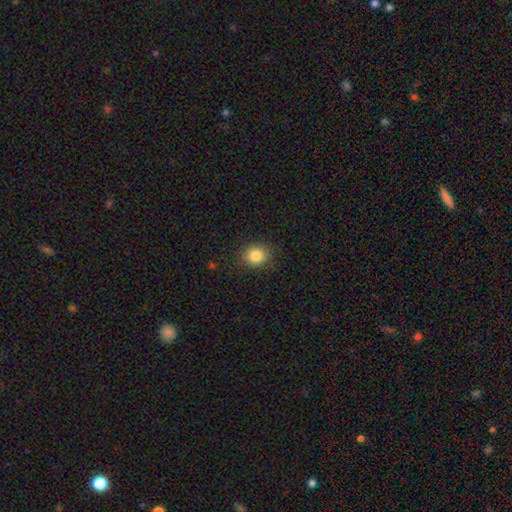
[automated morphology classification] smooth 84%, star or artifact 10%, featured or disk 6%. Down the decision tree: how rounded — round (79%); merging — none (88%).